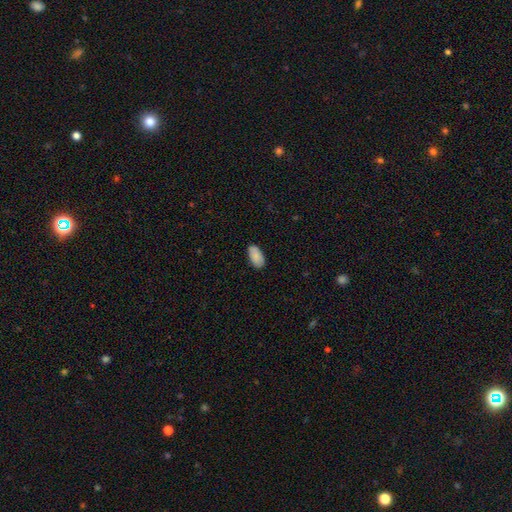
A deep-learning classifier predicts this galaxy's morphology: Smooth or featured?
  - smooth: 87% *
  - star or artifact: 6%
  - featured or disk: 6%
How rounded?
  - in between: 95% *
  - cigar-shaped: 3%
  - round: 2%
Merging?
  - none: 85% *
  - minor disturbance: 12%
  - major disturbance: 2%
  - merger: 1%